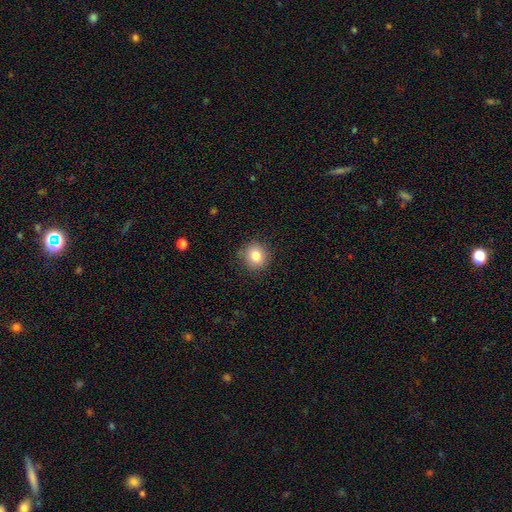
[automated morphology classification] This appears to be a smooth galaxy with no disk features (81%) that is round (88%). Merging: none (87%).